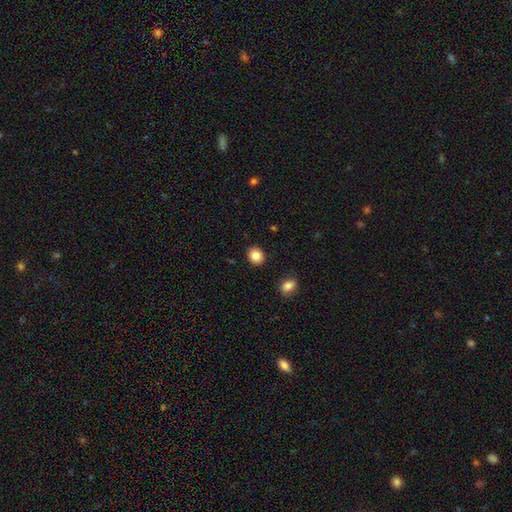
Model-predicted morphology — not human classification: Smooth or featured: smooth — 85% (star or artifact — 9%)
How rounded: round — 71% (in between — 29%)
Merging: none — 89% (minor disturbance — 7%)